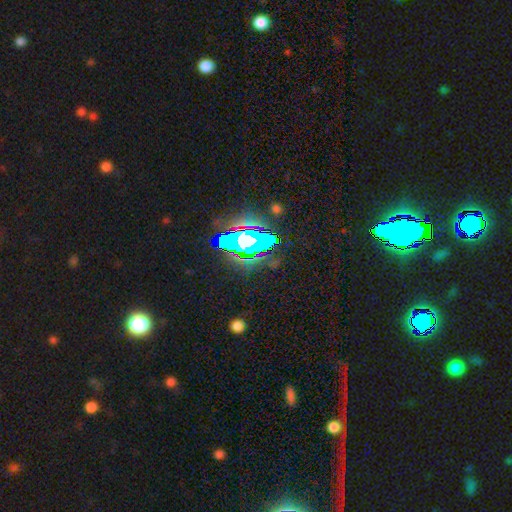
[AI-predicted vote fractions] A star or artifact, not a galaxy (83%).

Vote fractions:
- Smooth or featured? star or artifact: 83% / smooth: 9% / featured or disk: 8%